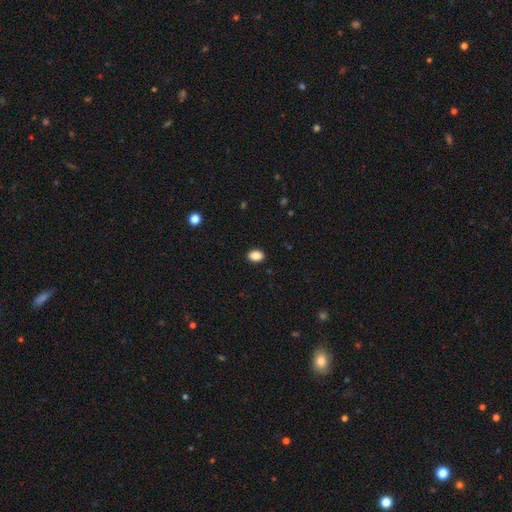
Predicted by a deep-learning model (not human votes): Q: Smooth or featured?
A: smooth (87%); runner-up: star or artifact (9%)
Q: How rounded?
A: in between (75%); runner-up: round (23%)
Q: Merging?
A: none (90%); runner-up: minor disturbance (7%)